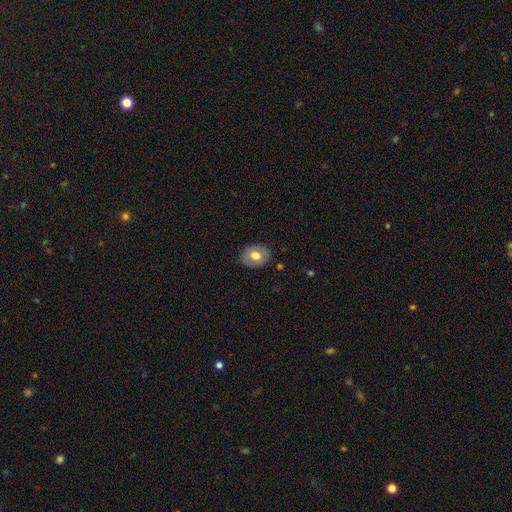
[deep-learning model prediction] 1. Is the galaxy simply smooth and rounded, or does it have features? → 71% smooth, 21% featured or disk, 8% star or artifact.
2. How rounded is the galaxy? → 56% in between, 43% round, 1% cigar-shaped.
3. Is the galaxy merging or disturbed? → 85% none, 11% minor disturbance, 3% major disturbance, 1% merger.